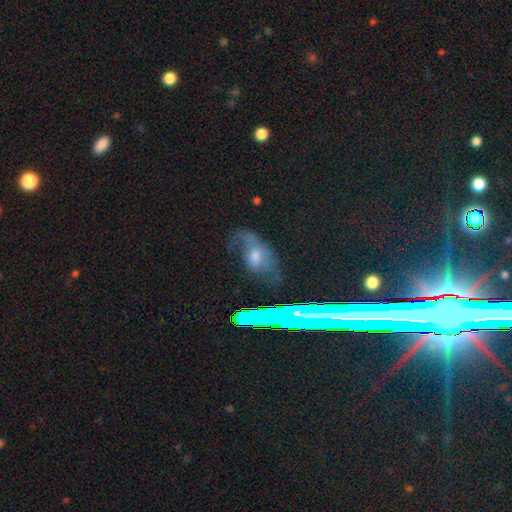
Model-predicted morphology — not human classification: This appears to be a featured or disk galaxy (51%). Merging: none (52%).